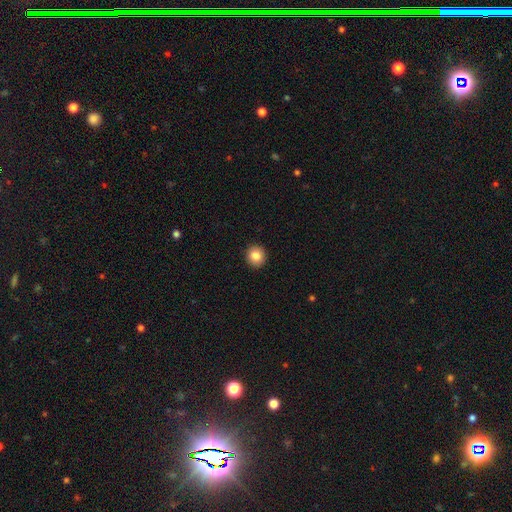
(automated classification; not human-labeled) Smooth or featured: smooth — 85% (star or artifact — 9%)
How rounded: round — 92% (in between — 7%)
Merging: none — 93% (minor disturbance — 4%)